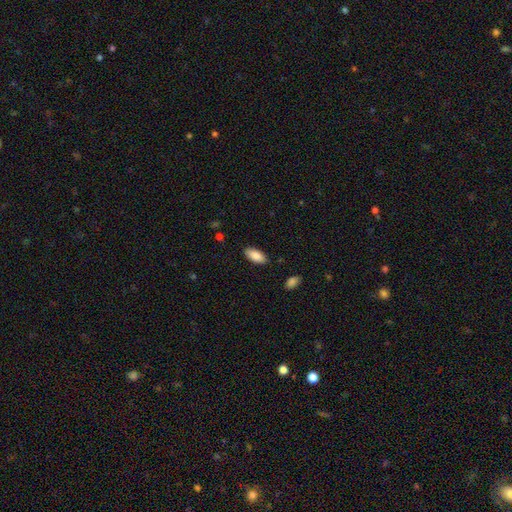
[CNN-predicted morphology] smooth-or-featured: smooth: 87% | featured or disk: 7% | star or artifact: 6%
  how-rounded: in between: 88% | cigar-shaped: 10% | round: 2%
  merging: none: 87% | minor disturbance: 10% | major disturbance: 2% | merger: 1%